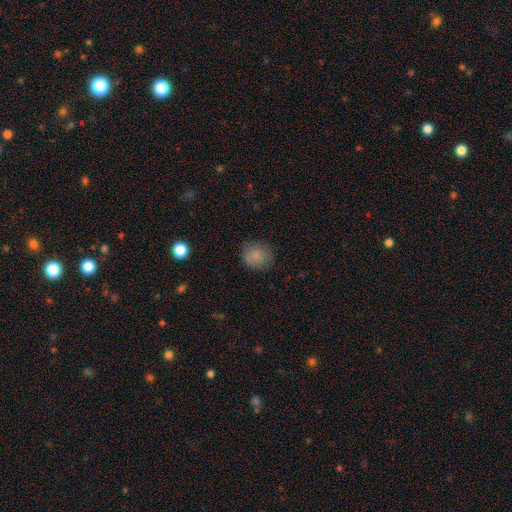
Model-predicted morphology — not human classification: Smooth or featured? Predicted: smooth (p=0.83). How rounded? Predicted: round (p=0.83). Merging? Predicted: none (p=0.80).